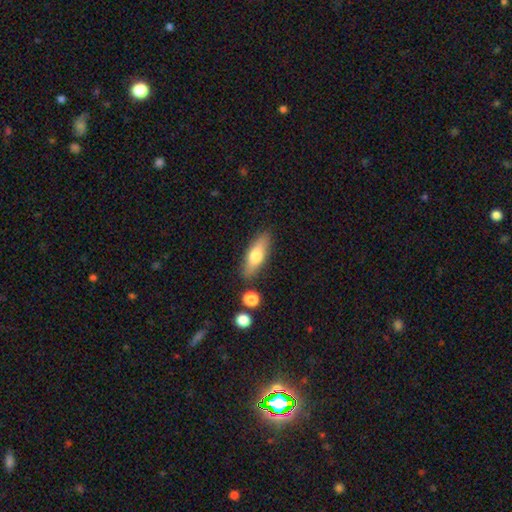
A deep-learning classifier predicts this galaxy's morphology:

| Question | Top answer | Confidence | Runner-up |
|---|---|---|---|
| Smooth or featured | smooth | 65% | featured or disk (29%) |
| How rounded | in between | 54% | cigar-shaped (43%) |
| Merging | none | 83% | minor disturbance (11%) |